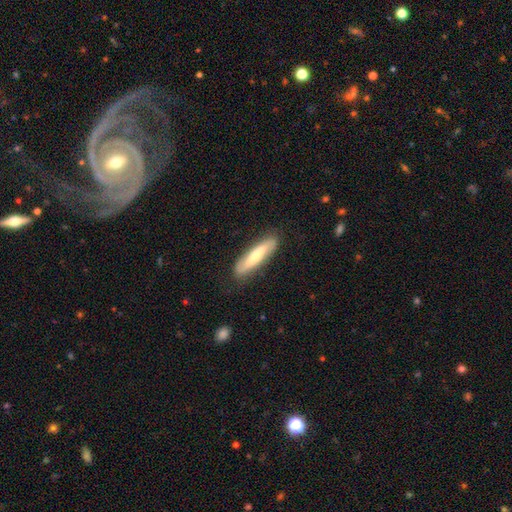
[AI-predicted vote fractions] A smooth galaxy with no disk features (55%) that is cigar-shaped (75%). Merging: none (83%).